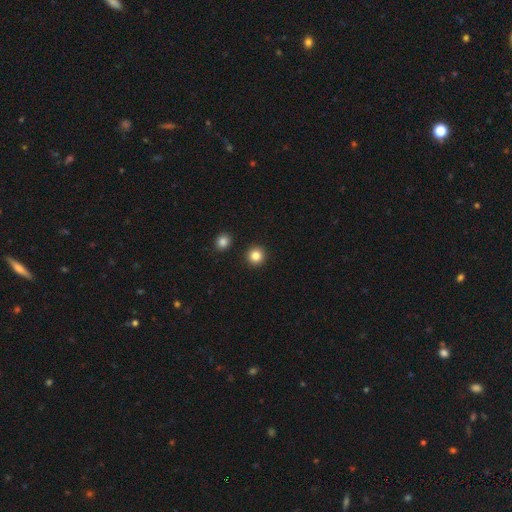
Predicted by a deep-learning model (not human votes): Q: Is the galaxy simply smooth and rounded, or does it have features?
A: smooth — 85%.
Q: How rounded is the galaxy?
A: round — 94%.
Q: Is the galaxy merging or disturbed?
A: none — 92%.